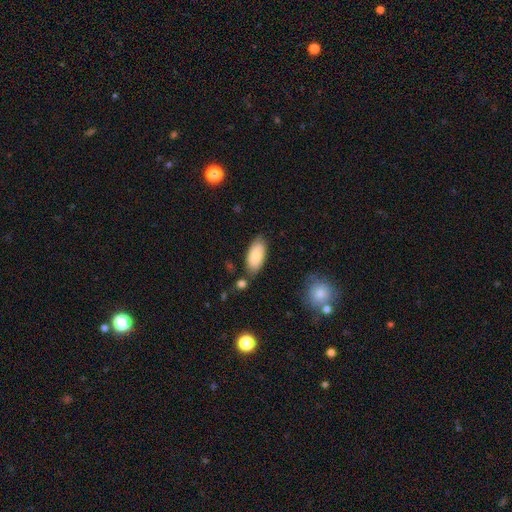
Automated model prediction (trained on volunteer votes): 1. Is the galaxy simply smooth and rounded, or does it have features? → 80% smooth, 14% featured or disk, 6% star or artifact.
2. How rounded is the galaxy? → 93% in between, 5% cigar-shaped, 2% round.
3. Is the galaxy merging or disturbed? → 73% none, 18% minor disturbance, 5% merger, 4% major disturbance.